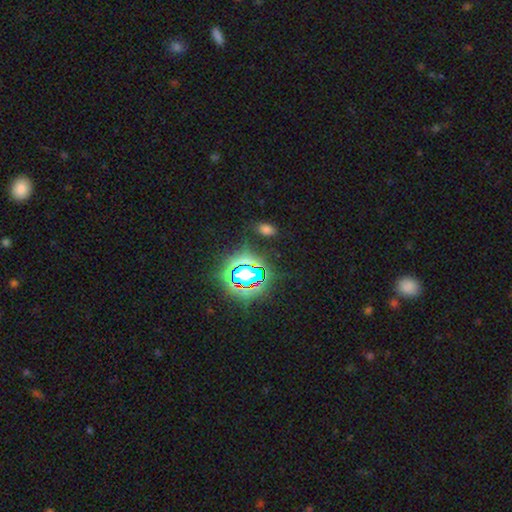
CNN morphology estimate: The model was most divided on "smooth or featured": star or artifact: 72%, smooth: 19%, featured or disk: 9%.